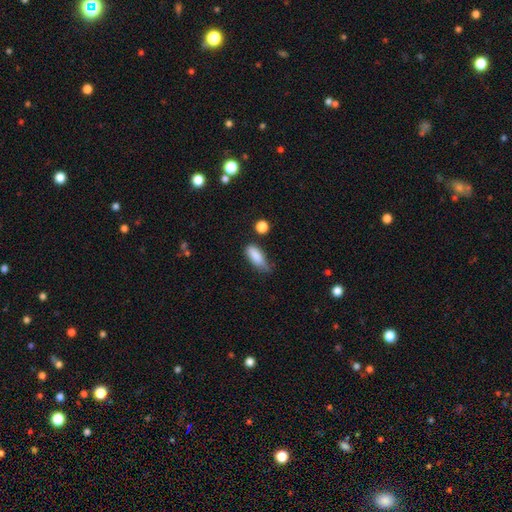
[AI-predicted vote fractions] This appears to be a smooth galaxy with no disk features (83%) that is in between round and cigar-shaped (74%). Merging: none (43%).